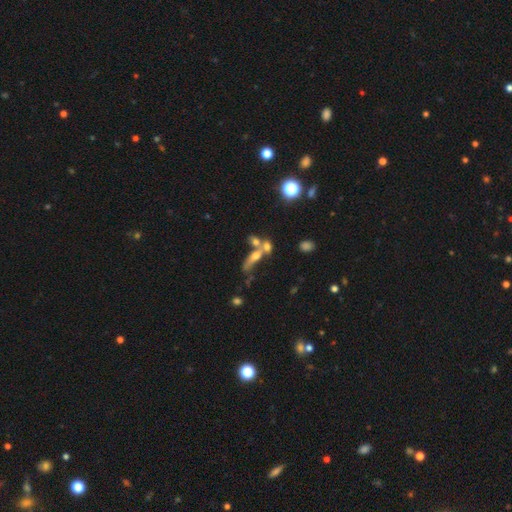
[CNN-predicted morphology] Smooth or featured?
  - smooth: 45% *
  - featured or disk: 41%
  - star or artifact: 14%
Merging?
  - merger: 50% *
  - none: 30%
  - minor disturbance: 11%
  - major disturbance: 9%